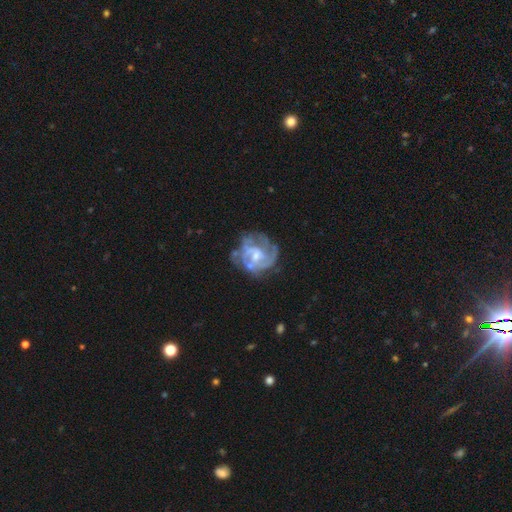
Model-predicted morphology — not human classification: Overall: featured or disk (85%). Edge-on disk: no (98%). Bar: weak (48%; no 43%). Spiral arms: yes (88%). Spiral arm count: 2 (34%; can't tell 27%). Spiral winding: medium (46%; tight 39%). Bulge size: small (48%; moderate 40%). Merging: none (54%; minor disturbance 22%).